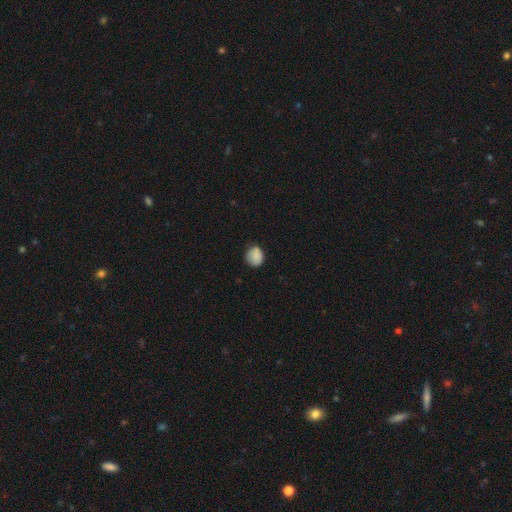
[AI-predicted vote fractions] smooth_or_featured: smooth (p=0.86) [alt: star or artifact p=0.09]
how_rounded: round (p=0.75) [alt: in between p=0.24]
merging: none (p=0.71) [alt: minor disturbance p=0.23]